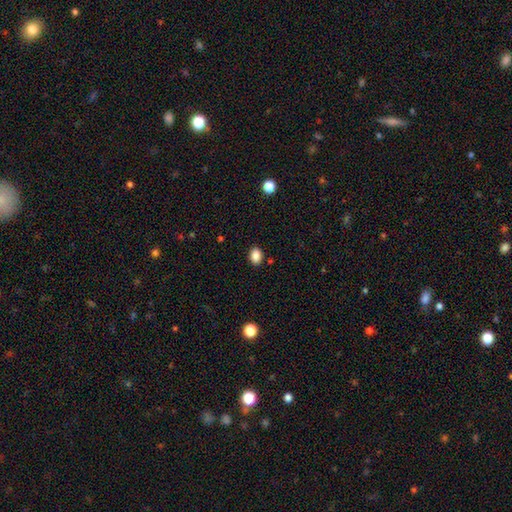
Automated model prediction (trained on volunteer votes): Smooth or featured? Predicted: smooth (p=0.87). How rounded? Predicted: in between (p=0.72). Merging? Predicted: none (p=0.87).